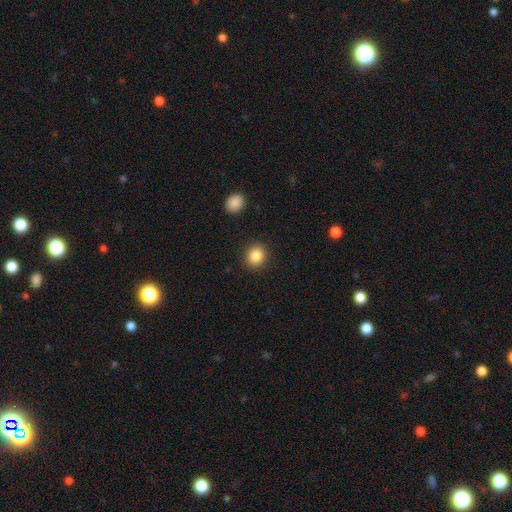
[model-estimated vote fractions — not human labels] Overall: smooth (86%). How rounded: round (80%). Merging: none (90%).